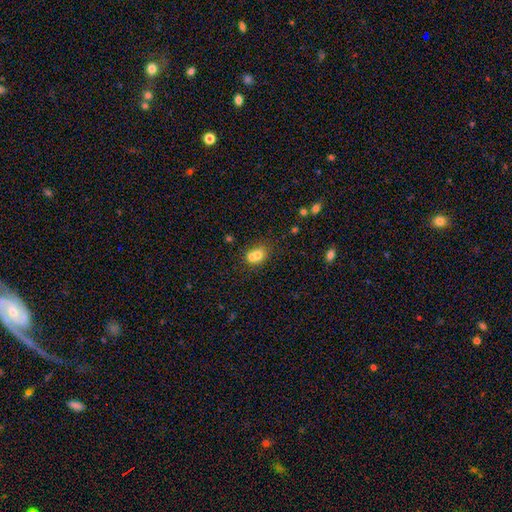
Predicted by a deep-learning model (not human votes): Smooth or featured?
  - smooth: 70% *
  - featured or disk: 18%
  - star or artifact: 12%
How rounded?
  - round: 60% *
  - in between: 39%
  - cigar-shaped: 1%
Merging?
  - merger: 63% *
  - none: 26%
  - minor disturbance: 8%
  - major disturbance: 3%